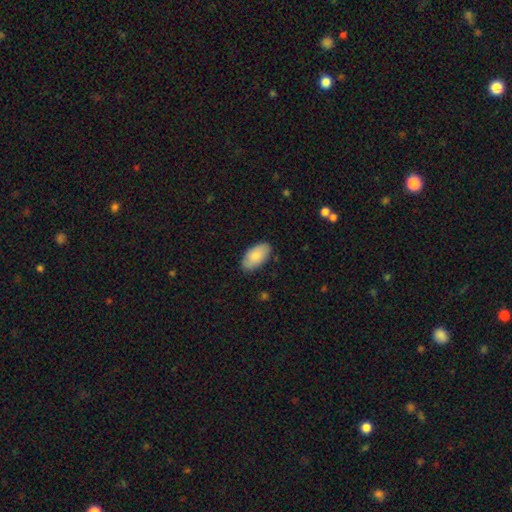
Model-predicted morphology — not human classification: Overall: smooth (83%). How rounded: in between (95%). Merging: none (86%).